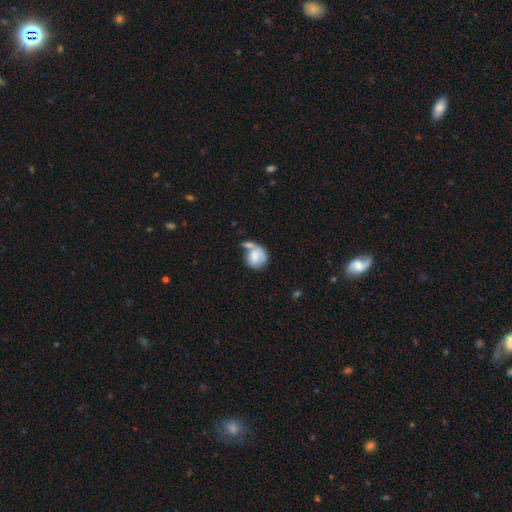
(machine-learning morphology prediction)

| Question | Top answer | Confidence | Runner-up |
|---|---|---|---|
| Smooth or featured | smooth | 62% | featured or disk (30%) |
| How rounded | round | 69% | in between (30%) |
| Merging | merger | 37% | none (30%) |